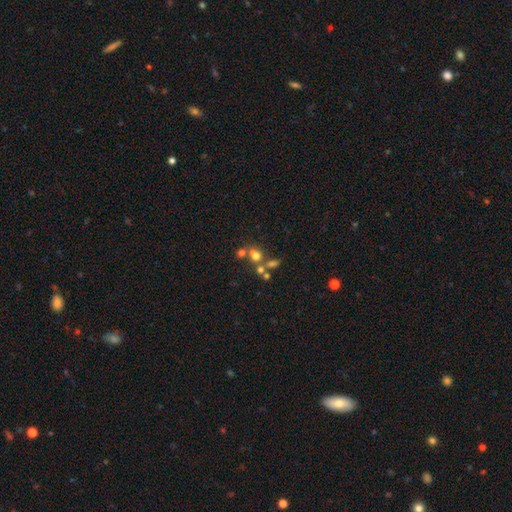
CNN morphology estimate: smooth-or-featured: smooth: 61% | star or artifact: 20% | featured or disk: 19%
  how-rounded: round: 70% | in between: 29% | cigar-shaped: 1%
  merging: merger: 43% | none: 42% | minor disturbance: 9% | major disturbance: 6%